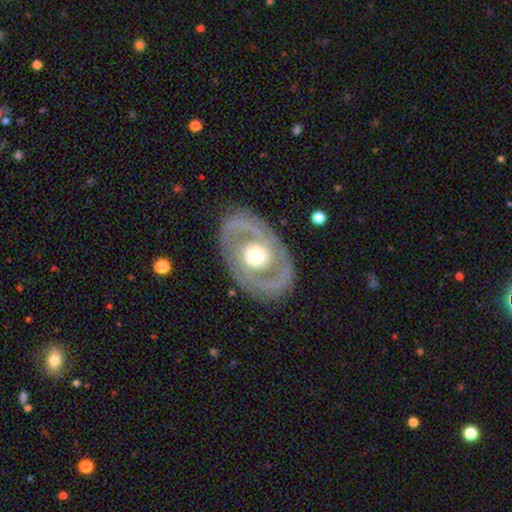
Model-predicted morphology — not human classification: Smooth or featured? Predicted: featured or disk (p=0.80). Edge-on disk? Predicted: no (p=0.95). Bar? Predicted: no (p=0.72). Spiral arms? Predicted: yes (p=0.60). Bulge size? Predicted: moderate (p=0.66). Merging? Predicted: none (p=0.82).